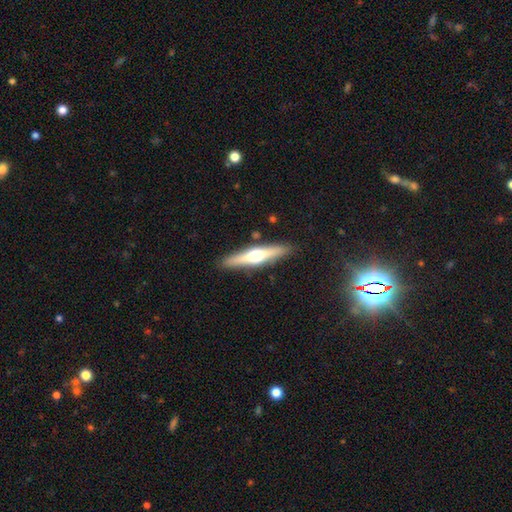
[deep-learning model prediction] featured or disk 59%, smooth 36%, star or artifact 5%. Down the decision tree: edge-on disk — yes (95%); edge-on bulge — rounded (93%); merging — none (89%).